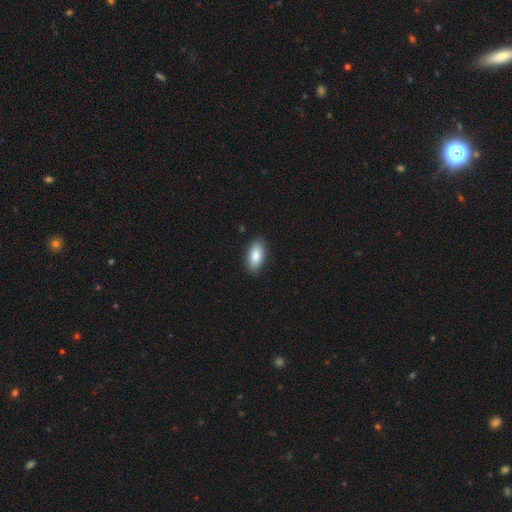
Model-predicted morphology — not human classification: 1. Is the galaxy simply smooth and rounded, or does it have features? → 87% smooth, 7% featured or disk, 6% star or artifact.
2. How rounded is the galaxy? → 92% in between, 6% cigar-shaped, 3% round.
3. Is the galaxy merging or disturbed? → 88% none, 9% minor disturbance, 2% major disturbance, 1% merger.